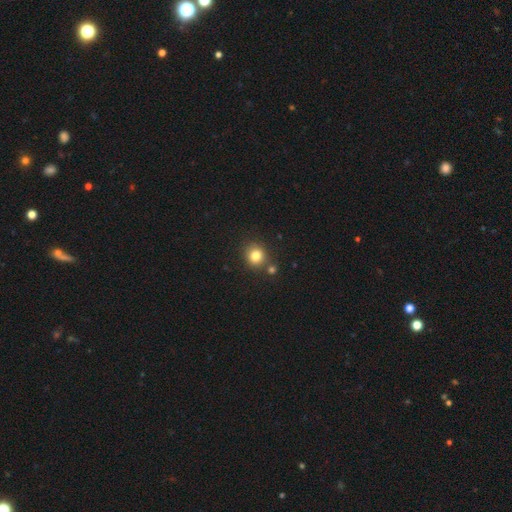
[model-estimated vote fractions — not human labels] The model was most divided on "merging": none: 76%, merger: 12%, minor disturbance: 9%, major disturbance: 3%. More confident: how rounded — round (84%); smooth or featured — smooth (81%).